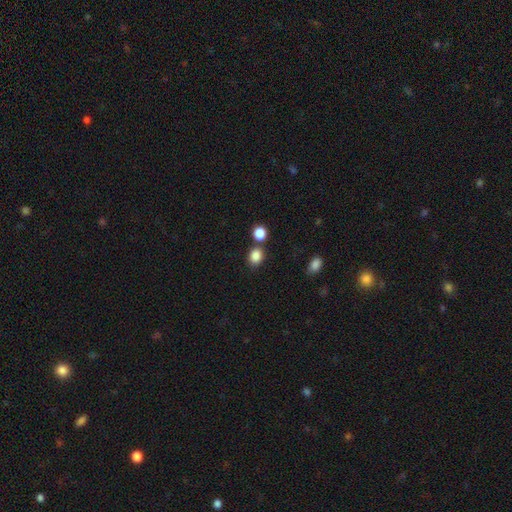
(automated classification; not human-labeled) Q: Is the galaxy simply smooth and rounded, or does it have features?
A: smooth — 85%.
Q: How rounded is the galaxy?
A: round — 52%.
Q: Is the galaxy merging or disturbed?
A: none — 69%.